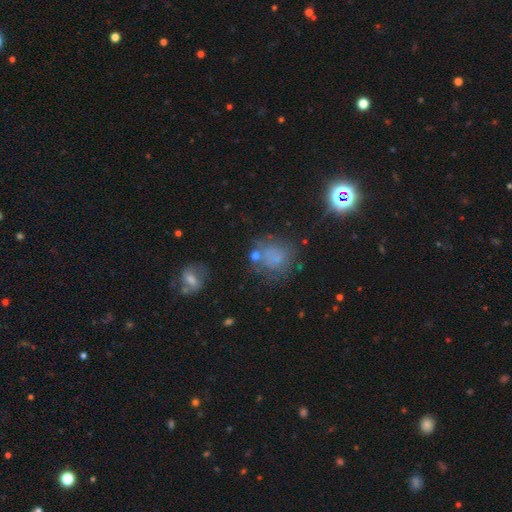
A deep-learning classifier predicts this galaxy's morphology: This is marginally a smooth galaxy (41%). Merging: likely none (67%).